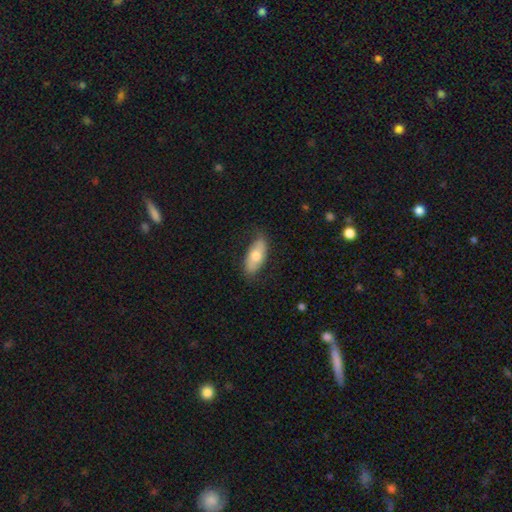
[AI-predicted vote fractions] Smooth or featured: smooth — 63% (featured or disk — 31%)
How rounded: in between — 85% (cigar-shaped — 12%)
Merging: none — 73% (minor disturbance — 20%)